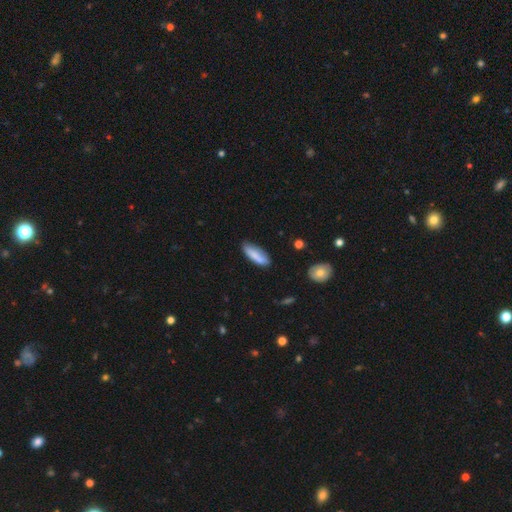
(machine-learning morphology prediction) Smooth or featured?
  - smooth: 82% *
  - featured or disk: 11%
  - star or artifact: 7%
How rounded?
  - in between: 50% *
  - cigar-shaped: 48%
  - round: 2%
Merging?
  - none: 70% *
  - minor disturbance: 23%
  - major disturbance: 4%
  - merger: 3%